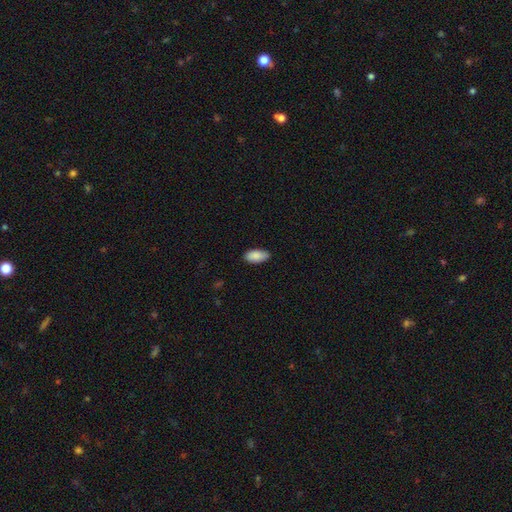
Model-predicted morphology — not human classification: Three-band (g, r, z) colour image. It shows a smooth galaxy with no disk features (89%) that is in between round and cigar-shaped (93%). Merging: none (85%).